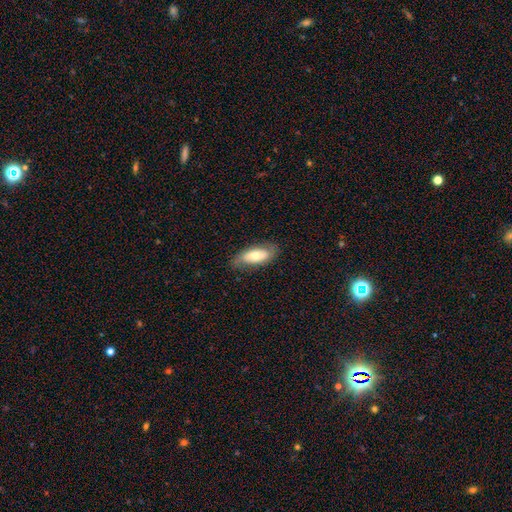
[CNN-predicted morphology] A smooth galaxy with no disk features (63%) that is in between round and cigar-shaped (83%).

Vote fractions:
- Smooth or featured? smooth: 63% / featured or disk: 31% / star or artifact: 6%
- How rounded? in between: 83% / cigar-shaped: 15% / round: 3%
- Merging? none: 74% / minor disturbance: 19% / major disturbance: 5% / merger: 1%